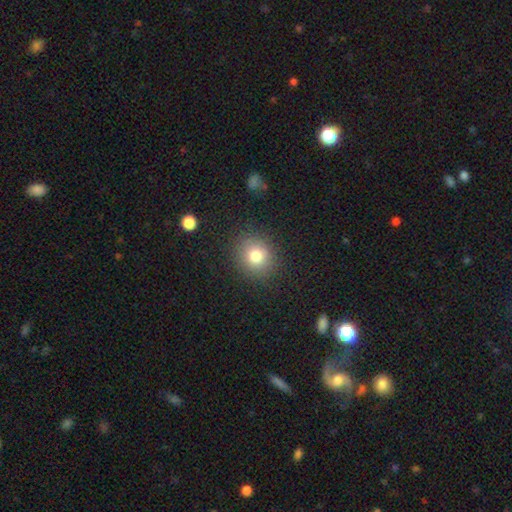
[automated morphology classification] Smooth or featured?
  - smooth: 79% *
  - star or artifact: 13%
  - featured or disk: 9%
How rounded?
  - round: 81% *
  - in between: 18%
  - cigar-shaped: 1%
Merging?
  - none: 88% *
  - minor disturbance: 8%
  - major disturbance: 3%
  - merger: 1%